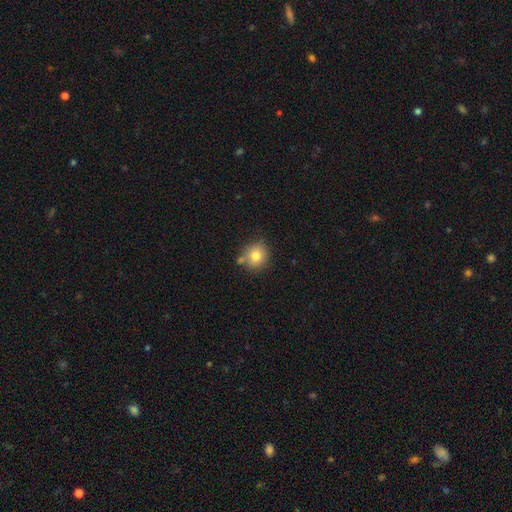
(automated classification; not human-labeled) Smooth or featured? smooth (80%)
How rounded? round (87%)
Merging? none (71%)